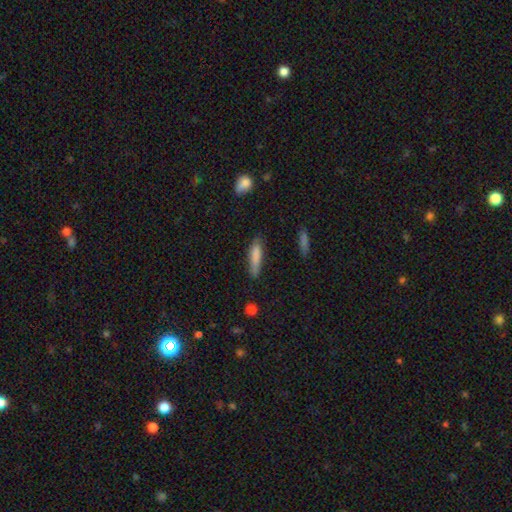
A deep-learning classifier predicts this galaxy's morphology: A smooth galaxy with no disk features (81%) that is cigar-shaped (78%).

Vote fractions:
- Smooth or featured? smooth: 81% / featured or disk: 12% / star or artifact: 6%
- How rounded? cigar-shaped: 78% / in between: 20% / round: 2%
- Merging? none: 75% / minor disturbance: 19% / major disturbance: 4% / merger: 2%